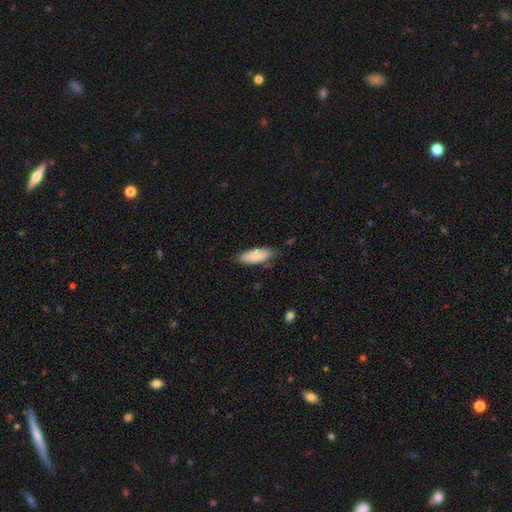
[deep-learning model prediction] Overall: smooth (87%). How rounded: in between (75%). Merging: none (69%).